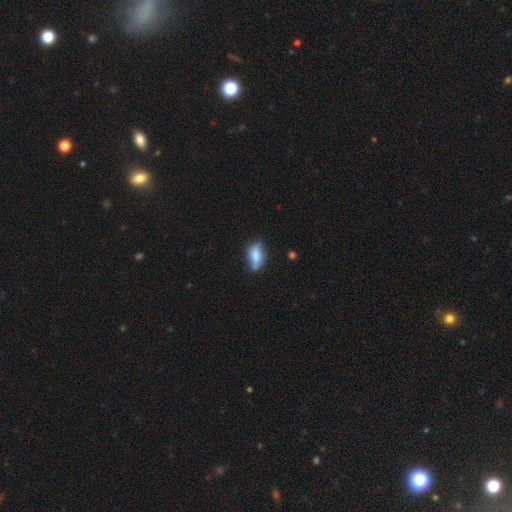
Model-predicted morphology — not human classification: Q: Smooth or featured?
A: smooth (66%); runner-up: featured or disk (26%)
Q: How rounded?
A: in between (78%); runner-up: cigar-shaped (18%)
Q: Merging?
A: none (60%); runner-up: minor disturbance (29%)